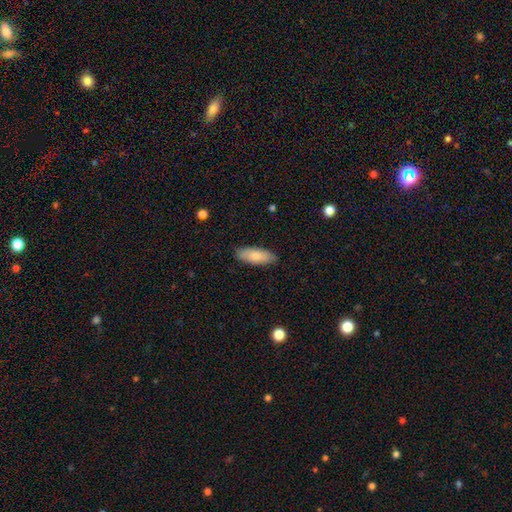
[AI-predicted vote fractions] This is clearly a smooth galaxy (81%). How rounded: likely in between (73%). Merging: clearly none (87%).